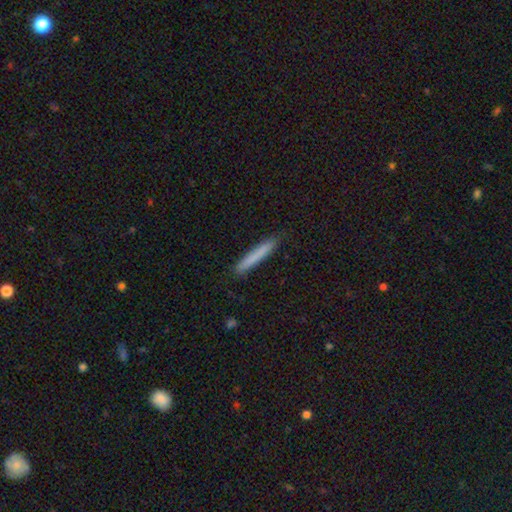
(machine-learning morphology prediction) Smooth or featured? Predicted: smooth (p=0.79). How rounded? Predicted: cigar-shaped (p=0.96). Merging? Predicted: none (p=0.89).